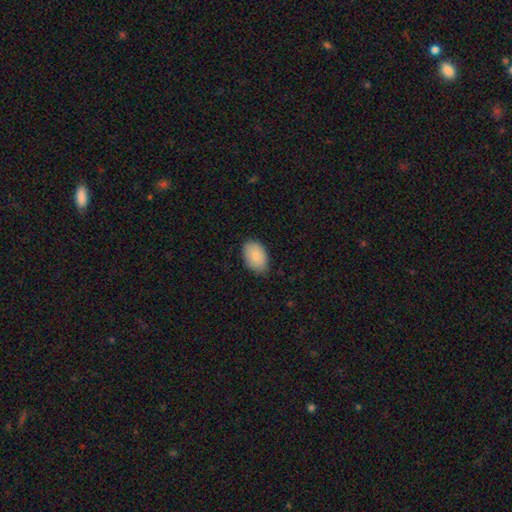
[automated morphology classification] smooth-or-featured: smooth: 85% | featured or disk: 8% | star or artifact: 6%
  how-rounded: in between: 91% | round: 8% | cigar-shaped: 1%
  merging: none: 80% | minor disturbance: 16% | major disturbance: 3% | merger: 1%